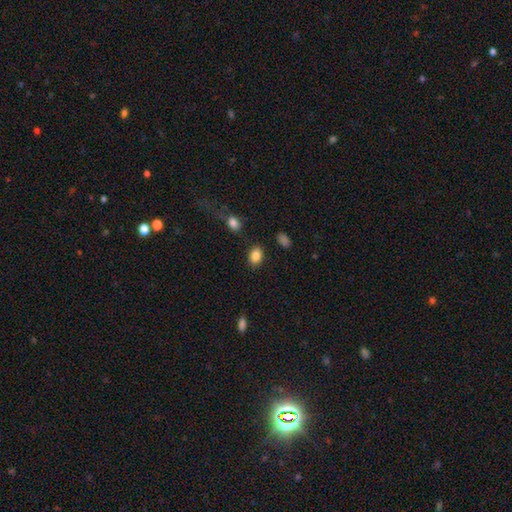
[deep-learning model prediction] smooth-or-featured: smooth: 86% | star or artifact: 9% | featured or disk: 5%
  how-rounded: in between: 75% | round: 24% | cigar-shaped: 1%
  merging: none: 84% | minor disturbance: 10% | major disturbance: 3% | merger: 3%